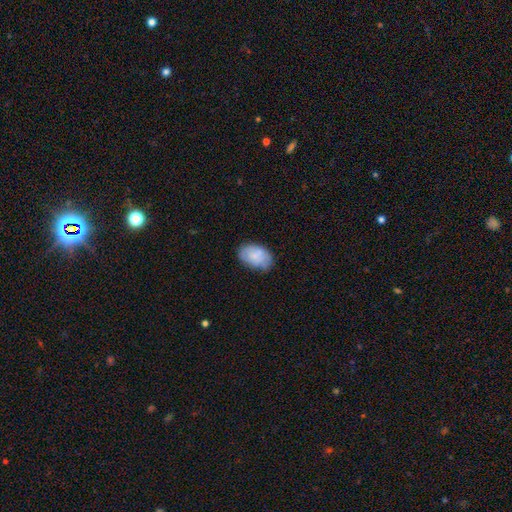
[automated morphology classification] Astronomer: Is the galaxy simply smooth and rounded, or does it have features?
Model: smooth — 77%.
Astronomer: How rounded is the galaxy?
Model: in between — 90%.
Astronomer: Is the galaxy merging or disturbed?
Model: none — 70%.